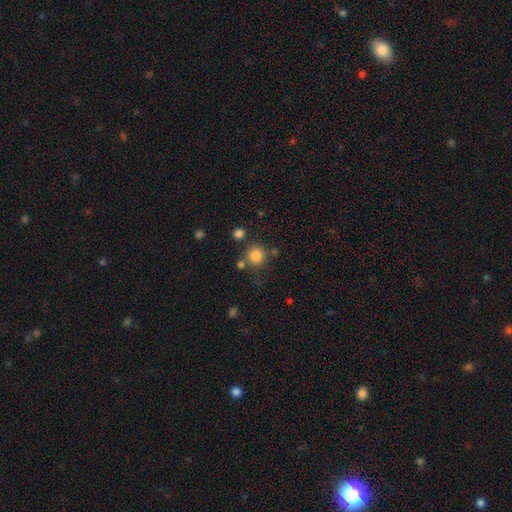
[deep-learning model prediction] Smooth or featured?
  - smooth: 82% *
  - star or artifact: 12%
  - featured or disk: 6%
How rounded?
  - round: 92% *
  - in between: 7%
  - cigar-shaped: 1%
Merging?
  - none: 75% *
  - merger: 11%
  - minor disturbance: 10%
  - major disturbance: 4%